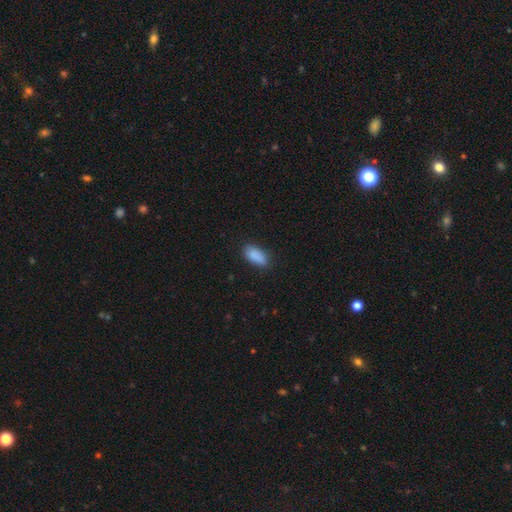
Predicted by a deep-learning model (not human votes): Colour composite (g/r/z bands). It shows a smooth galaxy with no disk features (89%) that is in between round and cigar-shaped (90%). Merging: none (82%).